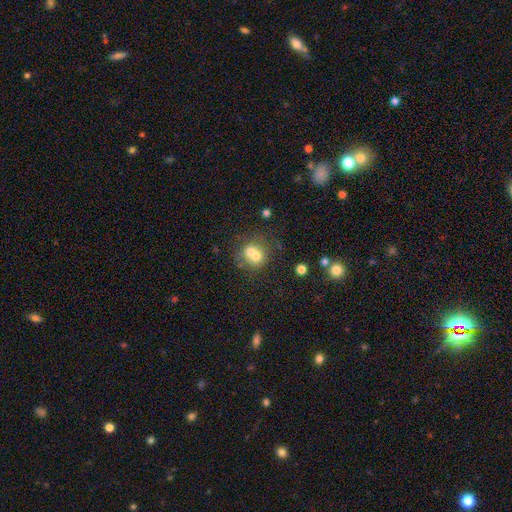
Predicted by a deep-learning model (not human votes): The model was most divided on "merging": merger: 57%, none: 32%, minor disturbance: 7%, major disturbance: 4%. More confident: how rounded — round (78%); smooth or featured — smooth (64%).